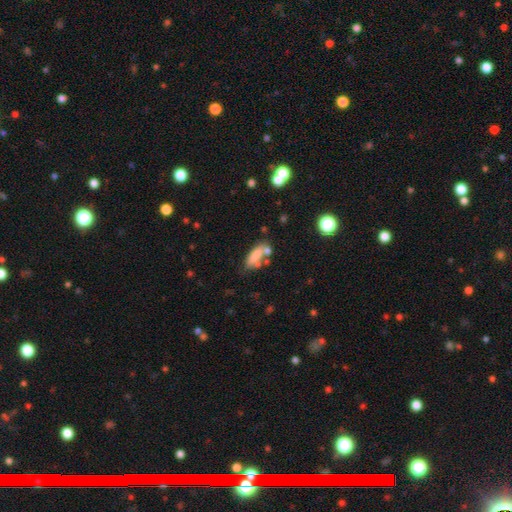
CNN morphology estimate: Smooth or featured? Predicted: smooth (p=0.75). How rounded? Predicted: in between (p=0.63). Merging? Predicted: none (p=0.48).